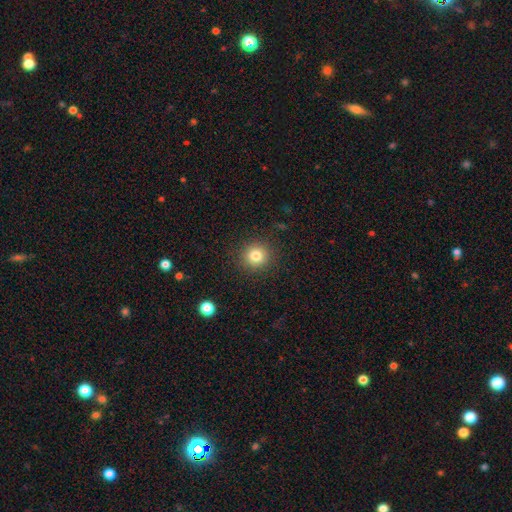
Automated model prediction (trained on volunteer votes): smooth-or-featured: smooth: 81% | star or artifact: 12% | featured or disk: 7%
  how-rounded: round: 92% | in between: 7% | cigar-shaped: 1%
  merging: none: 90% | minor disturbance: 6% | major disturbance: 3% | merger: 1%